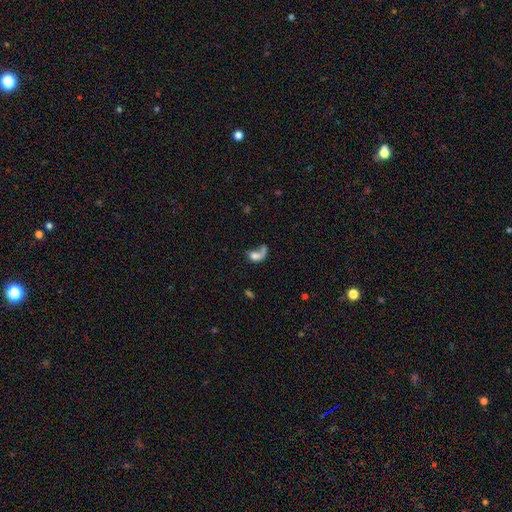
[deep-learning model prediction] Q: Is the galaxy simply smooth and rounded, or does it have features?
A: smooth — 52%.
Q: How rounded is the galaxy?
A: in between — 71%.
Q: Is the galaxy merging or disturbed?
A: major disturbance — 37%.